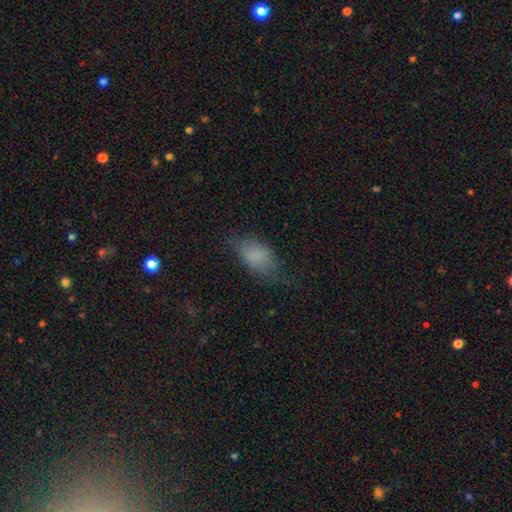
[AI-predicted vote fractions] The model was most divided on "merging": none: 50%, minor disturbance: 29%, major disturbance: 19%, merger: 2%. More confident: how rounded — in between (89%); smooth or featured — smooth (77%).